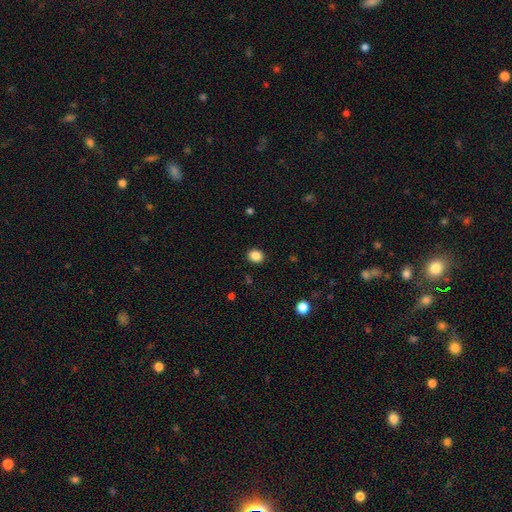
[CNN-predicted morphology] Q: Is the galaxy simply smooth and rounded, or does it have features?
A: smooth — 87%.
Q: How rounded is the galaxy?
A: round — 64%.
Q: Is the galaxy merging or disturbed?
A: none — 91%.